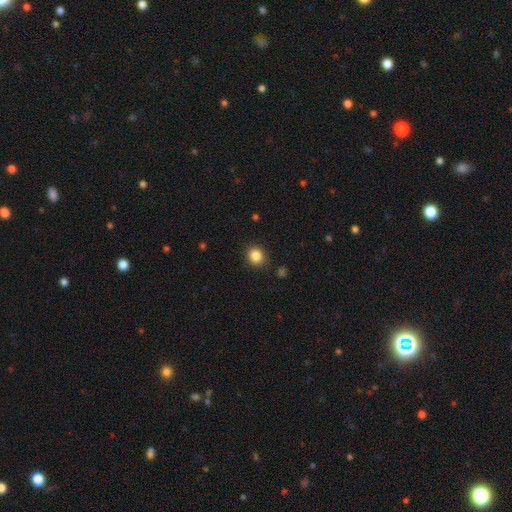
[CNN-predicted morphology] smooth 85%, star or artifact 11%, featured or disk 4%. Down the decision tree: how rounded — round (71%); merging — none (88%).